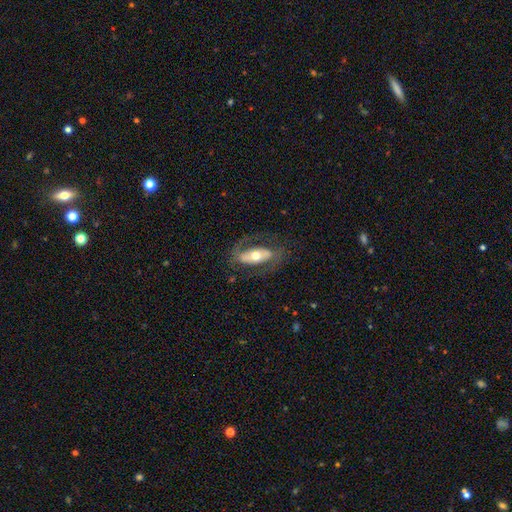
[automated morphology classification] This is likely a featured or disk galaxy (63%). It is clearly not viewed edge-on (87%). Bar: possibly no (48%). Spiral arm pattern: likely yes (63%). Central bulge: likely moderate (68%). Merging: likely none (69%).